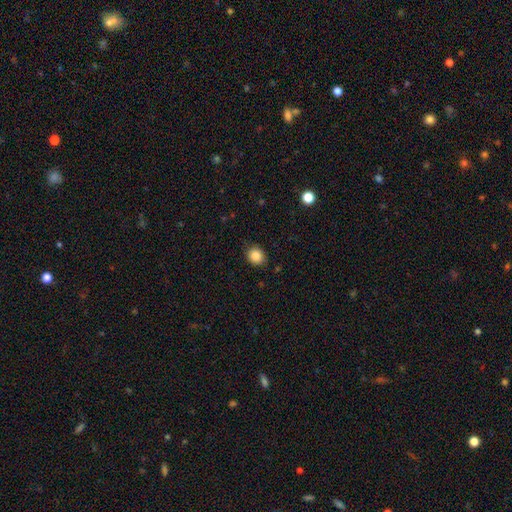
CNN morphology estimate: Smooth or featured?
  - smooth: 87% *
  - star or artifact: 9%
  - featured or disk: 4%
How rounded?
  - round: 66% *
  - in between: 33%
  - cigar-shaped: 1%
Merging?
  - none: 86% *
  - minor disturbance: 11%
  - major disturbance: 2%
  - merger: 1%